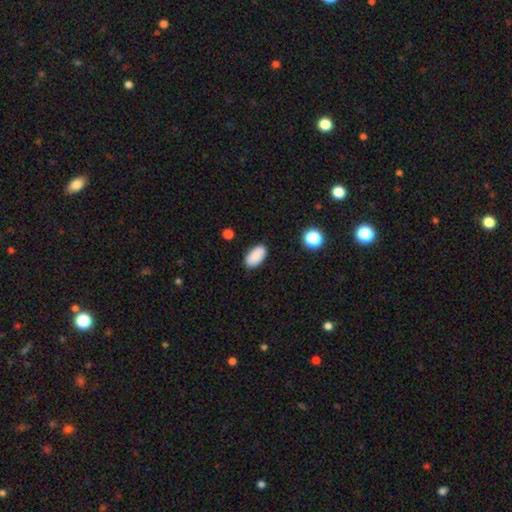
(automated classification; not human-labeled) smooth_or_featured: smooth (p=0.88) [alt: star or artifact p=0.07]
how_rounded: in between (p=0.94) [alt: round p=0.04]
merging: none (p=0.85) [alt: minor disturbance p=0.11]